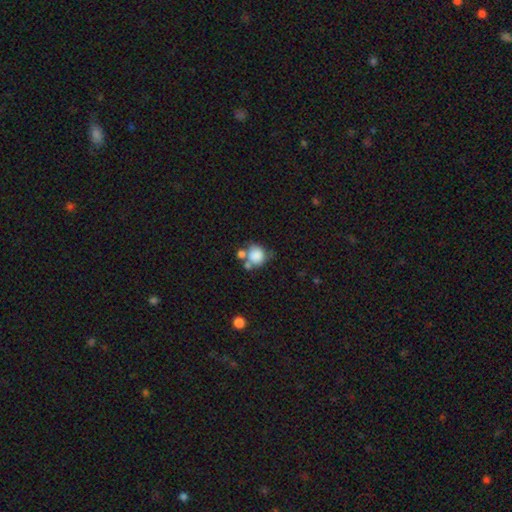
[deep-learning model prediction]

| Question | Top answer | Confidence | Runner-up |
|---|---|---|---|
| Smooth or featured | smooth | 81% | featured or disk (10%) |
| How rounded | round | 79% | in between (20%) |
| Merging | none | 41% | merger (34%) |